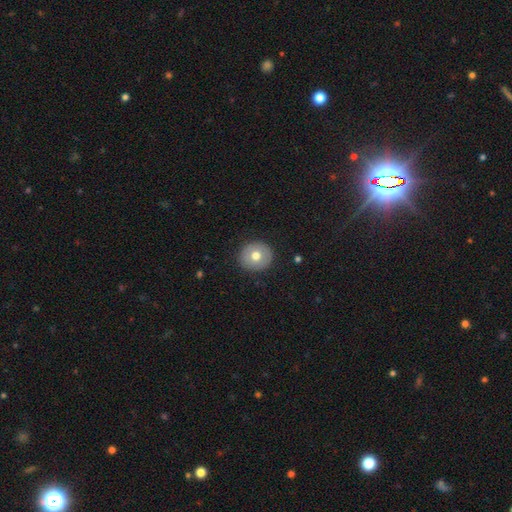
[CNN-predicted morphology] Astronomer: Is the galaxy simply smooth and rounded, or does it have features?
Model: smooth — 69%.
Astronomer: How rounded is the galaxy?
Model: round — 90%.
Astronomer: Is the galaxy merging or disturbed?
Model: none — 90%.